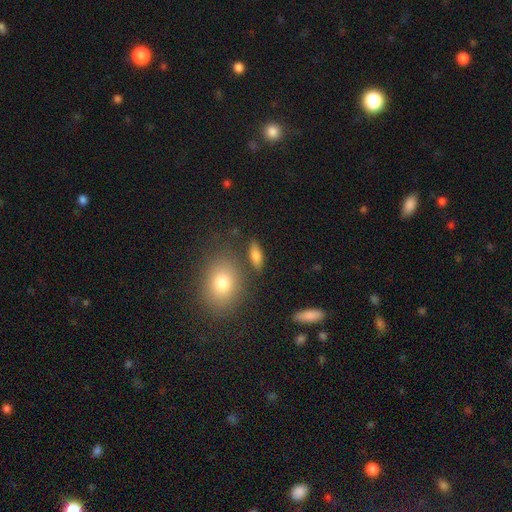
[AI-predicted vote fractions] Smooth or featured? Predicted: smooth (p=0.77). How rounded? Predicted: in between (p=0.70). Merging? Predicted: none (p=0.78).